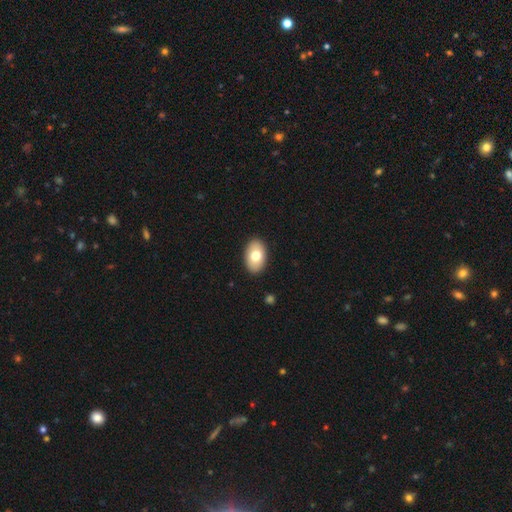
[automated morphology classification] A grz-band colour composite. It shows a smooth galaxy with no disk features (75%) that is in between round and cigar-shaped (91%). Merging: none (90%).